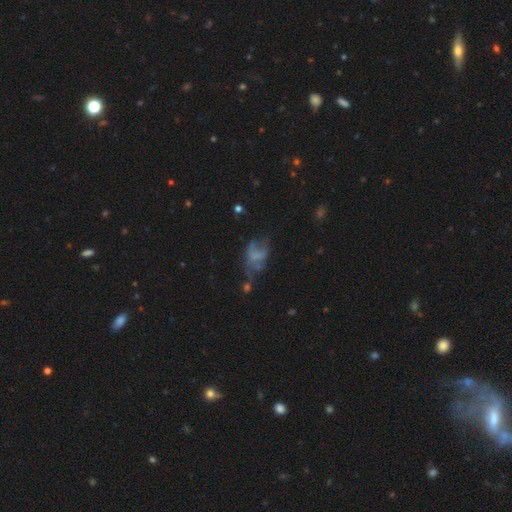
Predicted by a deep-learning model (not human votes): Q: Smooth or featured?
A: featured or disk (48%); runner-up: smooth (36%)
Q: Merging?
A: major disturbance (41%); runner-up: none (28%)